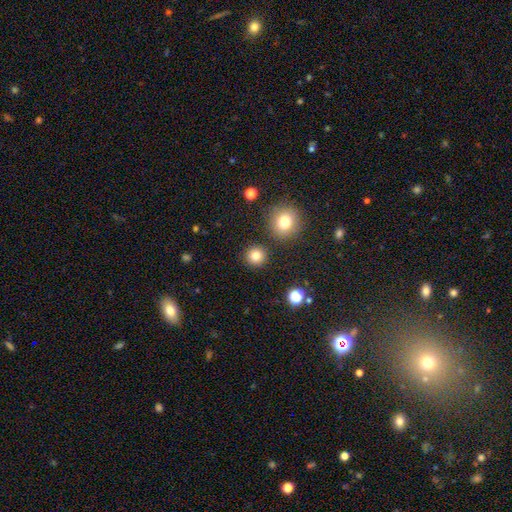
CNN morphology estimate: Smooth or featured? Predicted: smooth (p=0.82). How rounded? Predicted: round (p=0.94). Merging? Predicted: none (p=0.89).